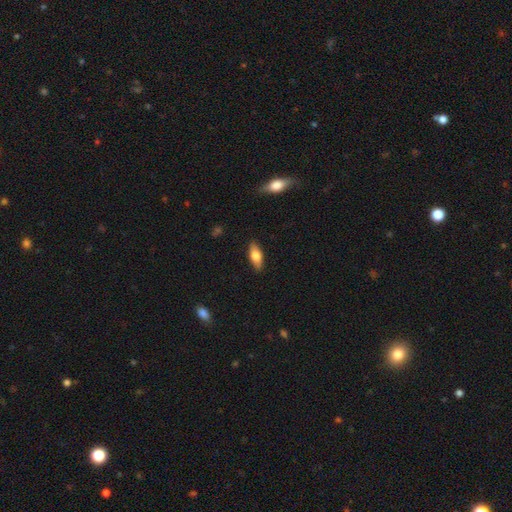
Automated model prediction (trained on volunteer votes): Morphology: type=smooth (62%); roundness=in between (68%); merging=none (88%).